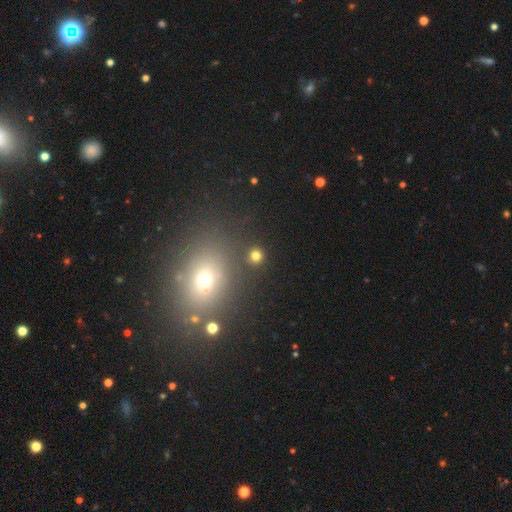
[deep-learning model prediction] Morphology: type=smooth (76%); roundness=round (88%); merging=none (84%).